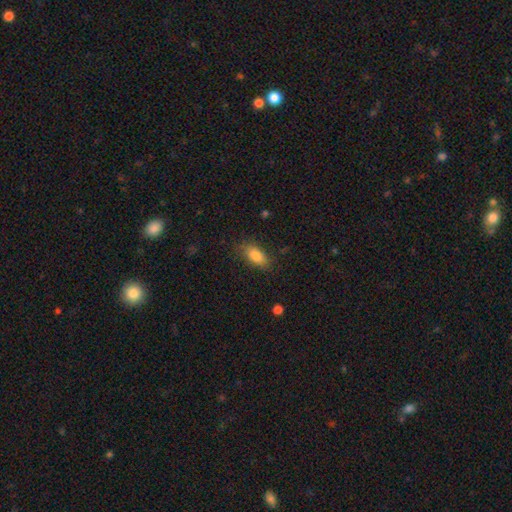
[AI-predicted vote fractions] smooth 84%, featured or disk 8%, star or artifact 8%. Down the decision tree: how rounded — in between (86%); merging — none (80%).